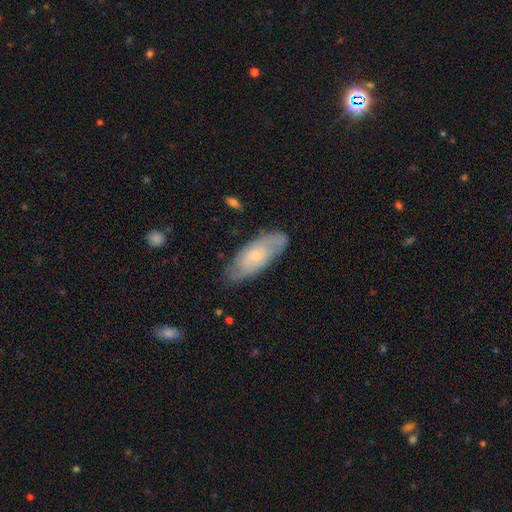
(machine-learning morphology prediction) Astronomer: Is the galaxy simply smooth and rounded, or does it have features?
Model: featured or disk — 56% (runner-up: smooth, 37%).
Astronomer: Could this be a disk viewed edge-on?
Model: no — 87%.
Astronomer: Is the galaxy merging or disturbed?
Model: none — 72%.